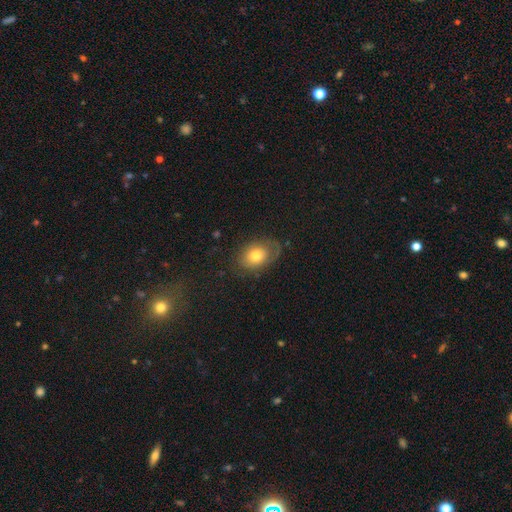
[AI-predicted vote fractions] Smooth or featured? Predicted: smooth (p=0.64). How rounded? Predicted: in between (p=0.74). Merging? Predicted: none (p=0.65).